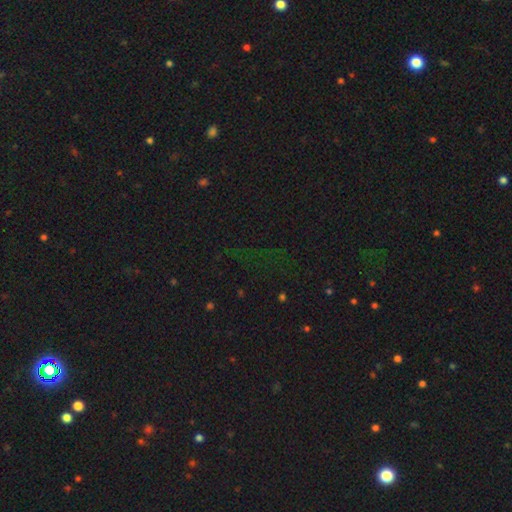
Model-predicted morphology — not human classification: Q: Smooth or featured?
A: star or artifact (78%); runner-up: smooth (13%)